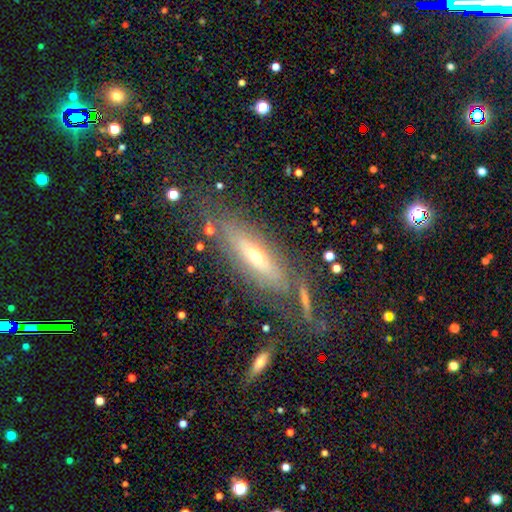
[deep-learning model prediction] This is possibly a featured or disk galaxy (60%). It is possibly viewed edge-on (54%). Merging: likely none (67%).